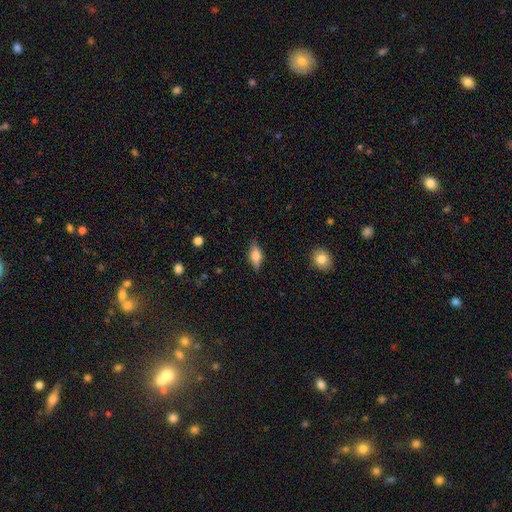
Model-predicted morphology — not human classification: smooth 55%, featured or disk 37%, star or artifact 8%. Down the decision tree: how rounded — in between (72%); merging — none (82%).